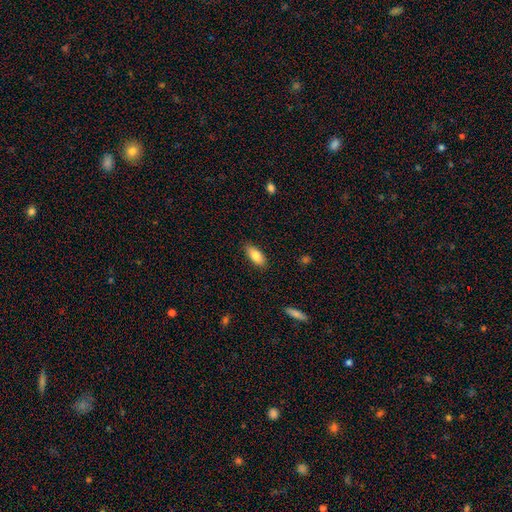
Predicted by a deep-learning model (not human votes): Q: Smooth or featured?
A: smooth (83%); runner-up: featured or disk (11%)
Q: How rounded?
A: in between (85%); runner-up: cigar-shaped (13%)
Q: Merging?
A: none (86%); runner-up: minor disturbance (11%)